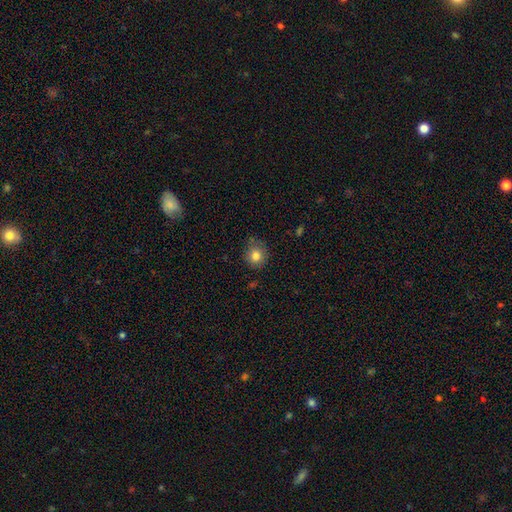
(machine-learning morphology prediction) Q: Smooth or featured?
A: smooth (82%); runner-up: star or artifact (10%)
Q: How rounded?
A: round (82%); runner-up: in between (17%)
Q: Merging?
A: none (74%); runner-up: minor disturbance (20%)